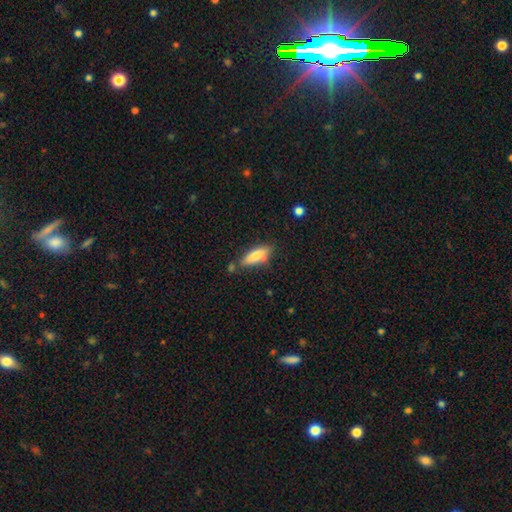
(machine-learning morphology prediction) Overall: smooth (71%). How rounded: in between (51%; cigar-shaped 47%). Merging: none (69%).